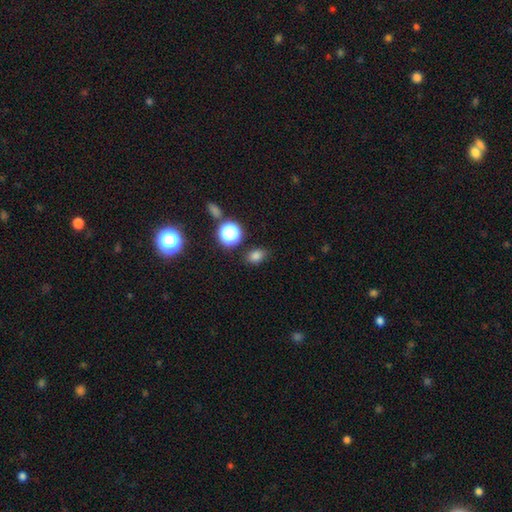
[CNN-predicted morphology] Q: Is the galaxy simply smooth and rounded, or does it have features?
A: smooth — 78%.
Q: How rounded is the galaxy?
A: in between — 67%.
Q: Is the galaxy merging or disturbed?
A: none — 82%.